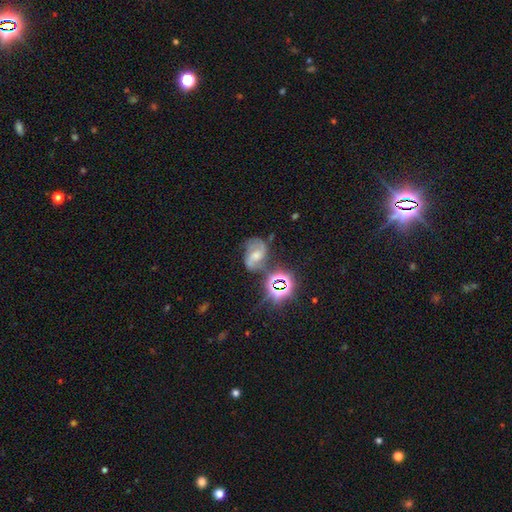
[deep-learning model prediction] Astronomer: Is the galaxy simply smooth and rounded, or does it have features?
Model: featured or disk — 63%.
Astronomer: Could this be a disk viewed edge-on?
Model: no — 97%.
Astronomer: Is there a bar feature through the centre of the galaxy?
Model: no — 45% (runner-up: weak, 41%).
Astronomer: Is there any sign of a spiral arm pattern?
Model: yes — 91%.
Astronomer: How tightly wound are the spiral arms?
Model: medium — 51% (runner-up: loose, 29%).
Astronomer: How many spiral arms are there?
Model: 2 — 78%.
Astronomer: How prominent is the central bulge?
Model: moderate — 45% (runner-up: small, 30%).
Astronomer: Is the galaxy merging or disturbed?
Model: none — 49%.